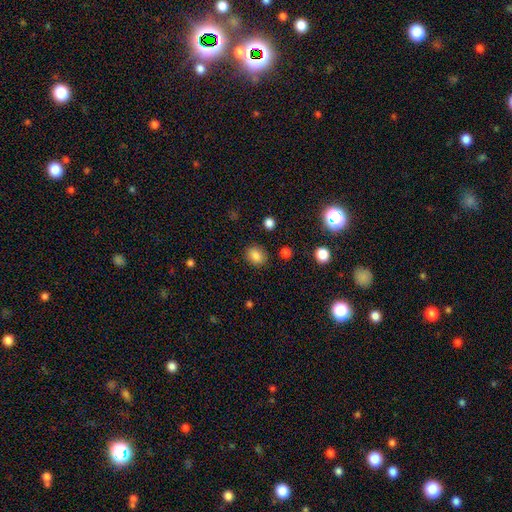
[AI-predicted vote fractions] This appears to be a smooth galaxy with no disk features (83%) that is in between round and cigar-shaped (52%). Merging: none (86%).